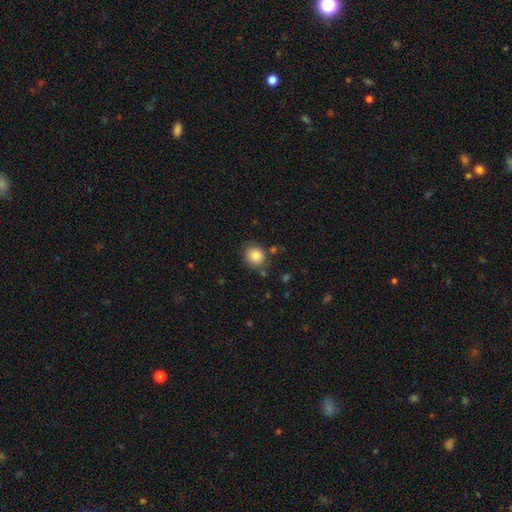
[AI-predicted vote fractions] Overall: smooth (85%). How rounded: round (78%). Merging: none (75%).